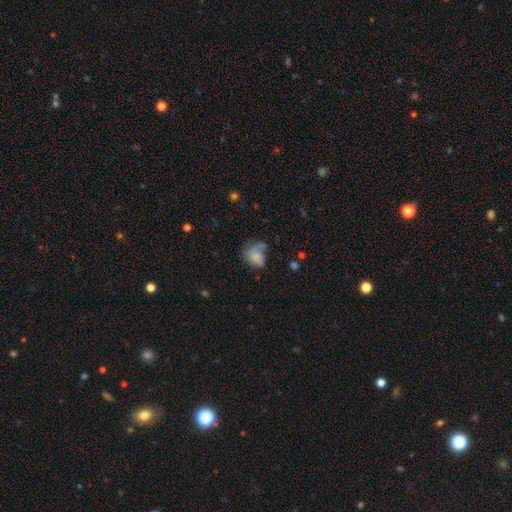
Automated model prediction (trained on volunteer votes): Smooth or featured: smooth — 61% (featured or disk — 29%)
How rounded: in between — 57% (round — 42%)
Merging: none — 36% (major disturbance — 30%)